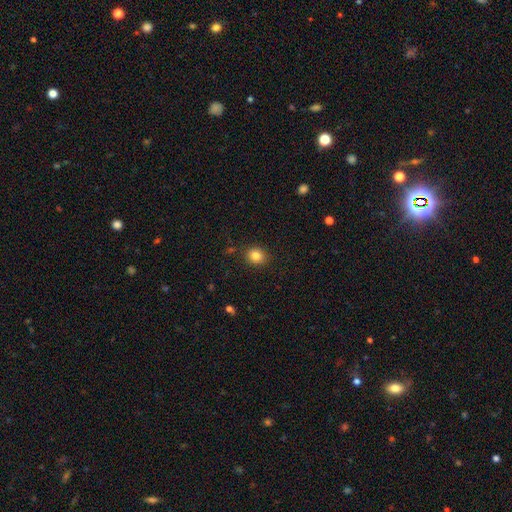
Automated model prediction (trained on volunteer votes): This is clearly a smooth galaxy (83%). How rounded: likely round (78%). Merging: clearly none (88%).